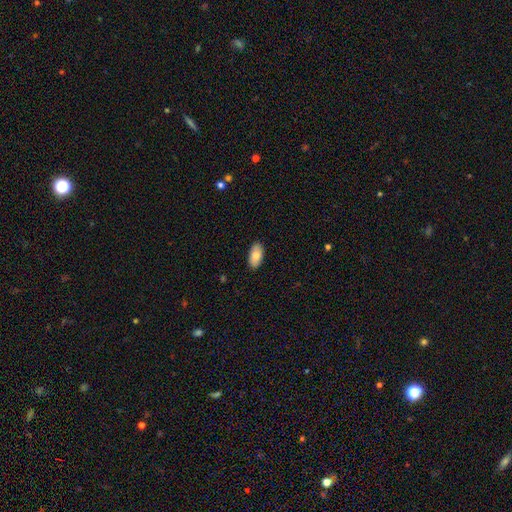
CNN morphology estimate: smooth 82%, featured or disk 12%, star or artifact 6%. Down the decision tree: how rounded — in between (94%); merging — none (89%).